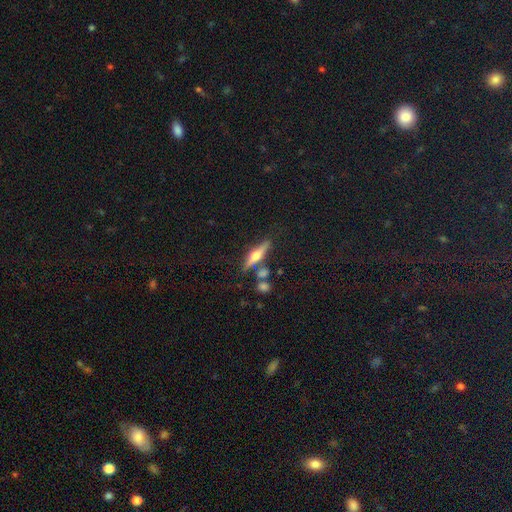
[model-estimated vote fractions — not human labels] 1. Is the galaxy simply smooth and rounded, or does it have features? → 65% featured or disk, 28% smooth, 7% star or artifact.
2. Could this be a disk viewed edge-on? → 95% yes, 5% no.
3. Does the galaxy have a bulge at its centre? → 94% rounded, 4% boxy, 3% none.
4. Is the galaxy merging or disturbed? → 75% none, 11% minor disturbance, 10% merger, 4% major disturbance.